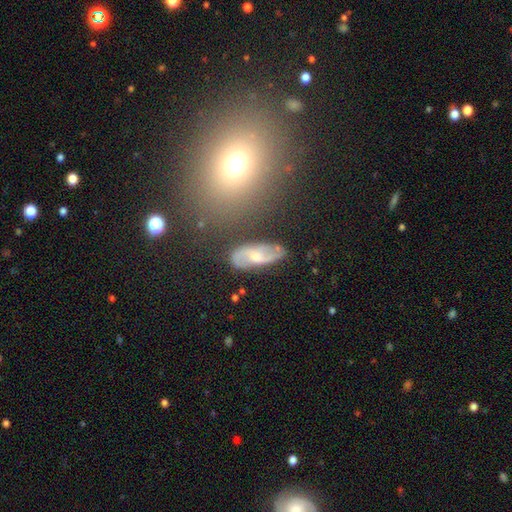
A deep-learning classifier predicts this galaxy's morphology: smooth-or-featured: featured or disk: 72% | smooth: 21% | star or artifact: 7%
  disk-edge-on: no: 92% | yes: 8%
    bar: weak: 46% | no: 42% | strong: 12%
    has-spiral-arms: yes: 89% | no: 11%
      spiral-winding: loose: 45% | medium: 39% | tight: 16%
      spiral-arm-count: 2: 86% | can't tell: 8% | 1: 2% | 3: 2% | 4: 1% | more than 4: 1%
    bulge-size: moderate: 50% | small: 42% | none: 4% | large: 4% | dominant: 1%
  merging: none: 73% | minor disturbance: 17% | major disturbance: 6% | merger: 4%